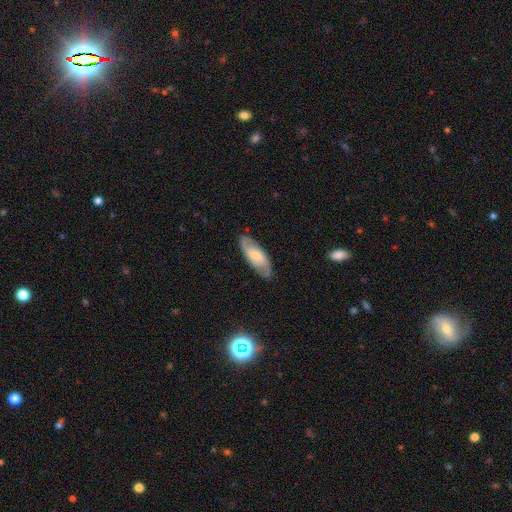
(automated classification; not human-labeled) smooth-or-featured: featured or disk: 64% | smooth: 31% | star or artifact: 6%
  disk-edge-on: no: 88% | yes: 12%
    bar: weak: 49% | no: 37% | strong: 15%
    has-spiral-arms: yes: 90% | no: 10%
      spiral-winding: medium: 47% | loose: 29% | tight: 24%
      spiral-arm-count: 2: 85% | can't tell: 9% | 1: 2% | 3: 1% | 4: 1% | more than 4: 1%
    bulge-size: moderate: 44% | small: 35% | none: 10% | large: 9% | dominant: 1%
  merging: none: 83% | minor disturbance: 13% | major disturbance: 3% | merger: 1%